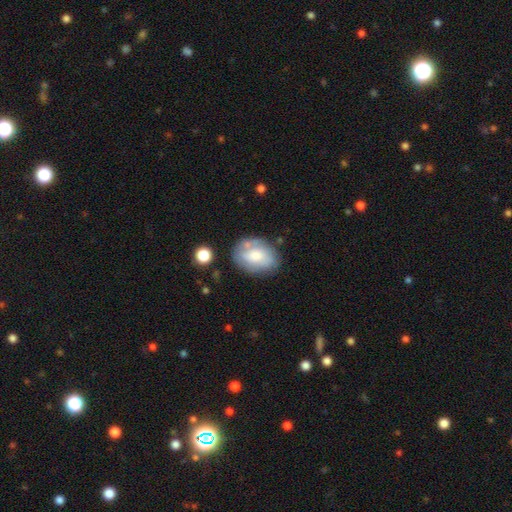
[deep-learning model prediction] smooth-or-featured: smooth: 64% | featured or disk: 29% | star or artifact: 7%
  how-rounded: in between: 75% | round: 24% | cigar-shaped: 1%
  merging: none: 64% | minor disturbance: 22% | major disturbance: 7% | merger: 7%